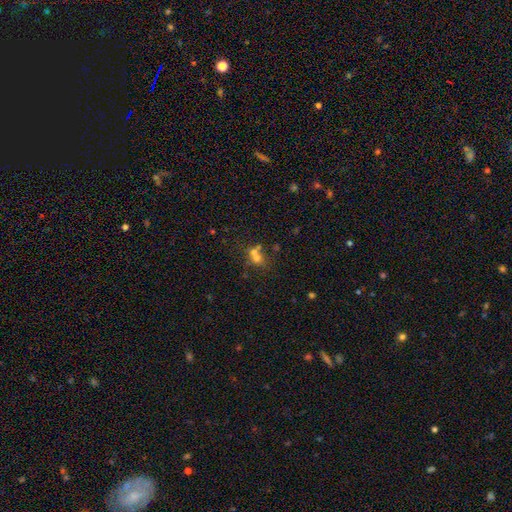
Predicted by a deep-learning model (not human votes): smooth 60%, featured or disk 20%, star or artifact 20%. Down the decision tree: how rounded — round (72%); merging — merger (52%).